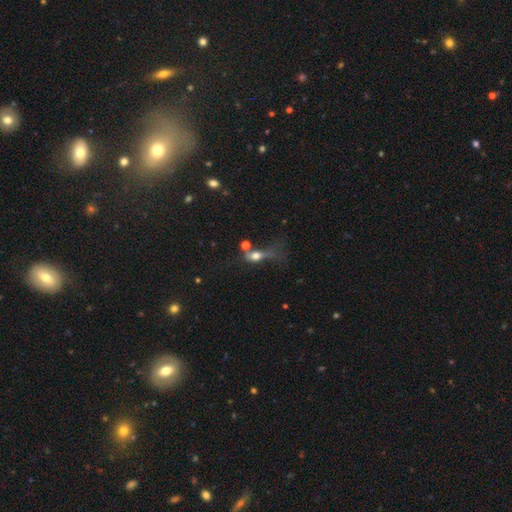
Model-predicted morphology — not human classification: type=smooth (58%); roundness=in between (53%); merging=major disturbance (41%).